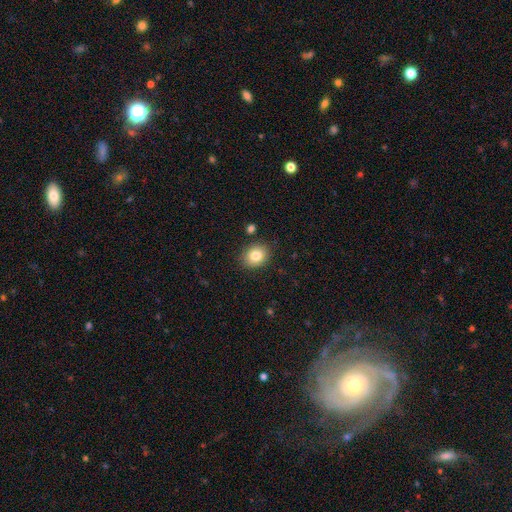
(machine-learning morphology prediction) A smooth galaxy with no disk features (83%) that is round (58%).

Vote fractions:
- Smooth or featured? smooth: 83% / star or artifact: 9% / featured or disk: 8%
- How rounded? round: 58% / in between: 42% / cigar-shaped: 1%
- Merging? none: 86% / minor disturbance: 9% / major disturbance: 2% / merger: 2%